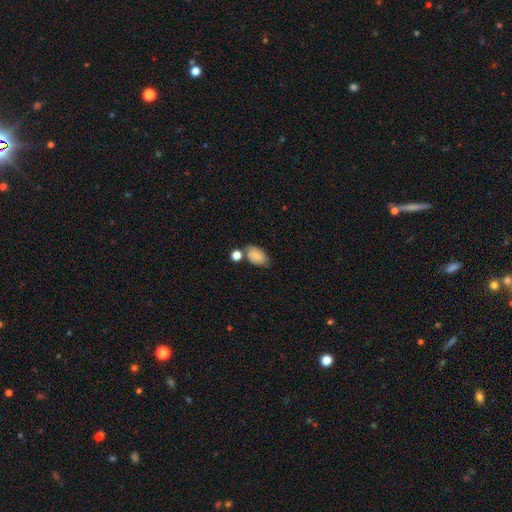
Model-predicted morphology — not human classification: This is clearly a smooth galaxy (80%). How rounded: clearly in between (89%). Merging: possibly none (55%).